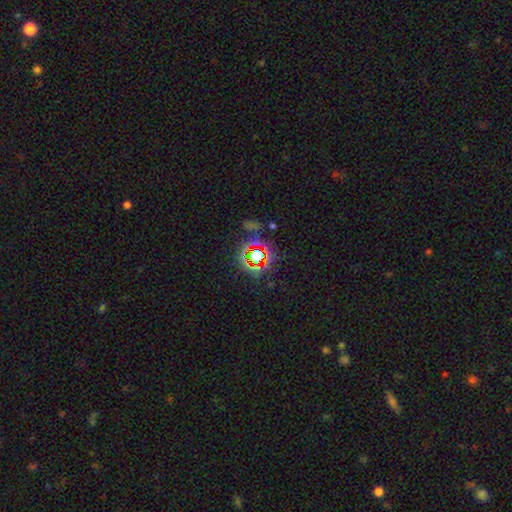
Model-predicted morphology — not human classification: smooth-or-featured: star or artifact: 72% | smooth: 18% | featured or disk: 11%